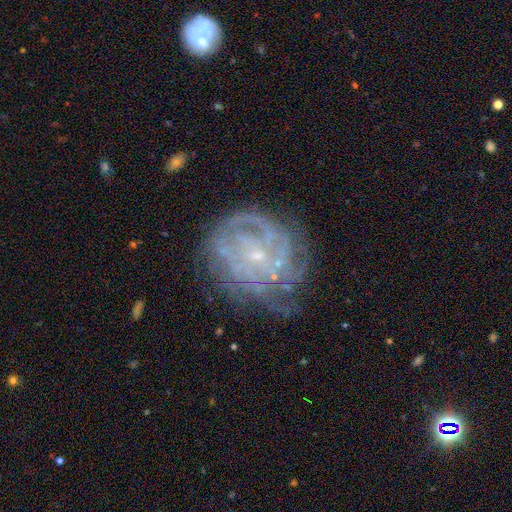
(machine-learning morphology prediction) This is likely a featured or disk galaxy (79%). It is clearly not viewed edge-on (97%). Bar: likely no (67%). Spiral arm pattern: clearly yes (87%). Spiral arm count: marginally can't tell (43%). Spiral winding: likely tight (70%). Central bulge: clearly small (82%). Merging: likely none (63%).